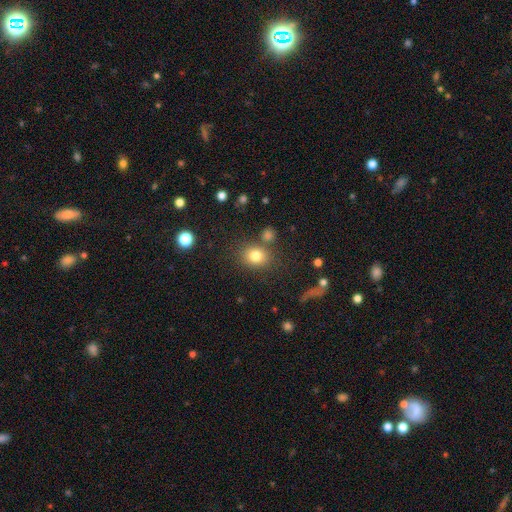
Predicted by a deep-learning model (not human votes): smooth-or-featured: smooth: 79% | star or artifact: 12% | featured or disk: 8%
  how-rounded: round: 64% | in between: 35% | cigar-shaped: 1%
  merging: none: 75% | minor disturbance: 11% | merger: 9% | major disturbance: 5%